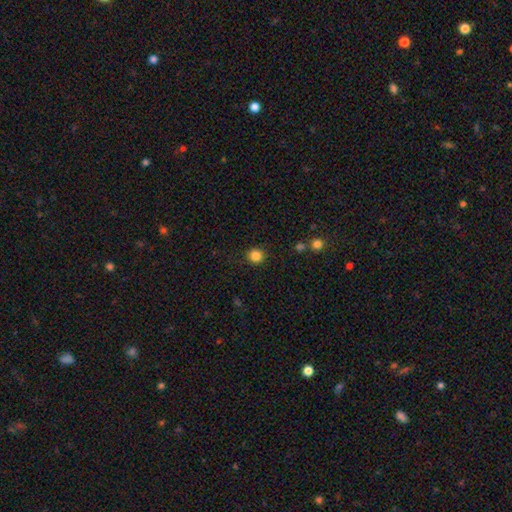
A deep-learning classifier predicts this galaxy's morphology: smooth-or-featured: smooth: 85% | star or artifact: 12% | featured or disk: 4%
  how-rounded: round: 93% | in between: 6% | cigar-shaped: 1%
  merging: none: 90% | minor disturbance: 6% | major disturbance: 2% | merger: 1%